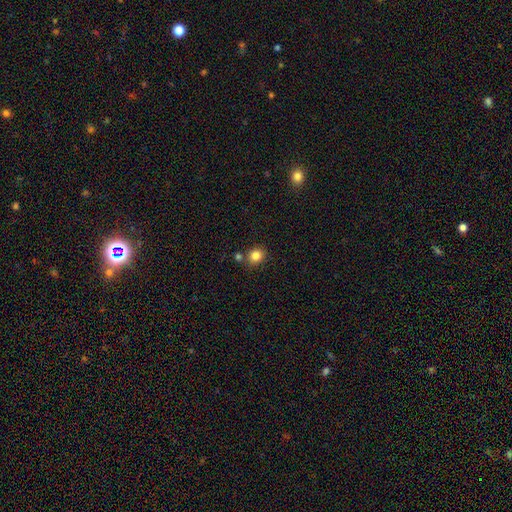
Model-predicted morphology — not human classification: type=smooth (84%); roundness=round (77%); merging=none (76%).